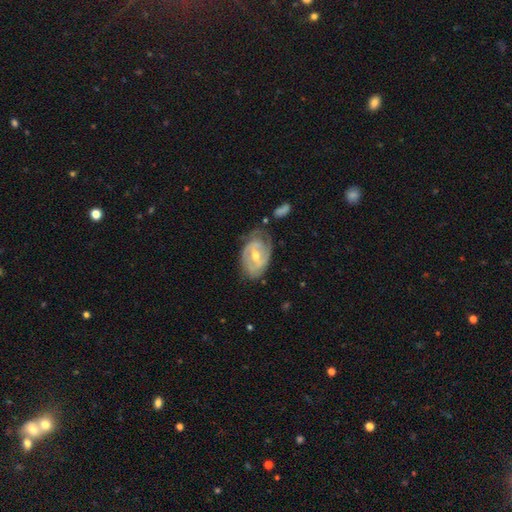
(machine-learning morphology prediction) Smooth or featured?
  - featured or disk: 81% *
  - smooth: 13%
  - star or artifact: 6%
Edge-on disk?
  - no: 96% *
  - yes: 4%
Bar?
  - weak: 49% *
  - strong: 25%
  - no: 25%
Spiral arms?
  - yes: 87% *
  - no: 13%
Spiral winding?
  - tight: 55% *
  - medium: 35%
  - loose: 11%
Spiral arm count?
  - 2: 61% *
  - can't tell: 21%
  - 3: 7%
  - 1: 6%
  - 4: 2%
  - more than 4: 2%
Bulge size?
  - moderate: 61% *
  - small: 35%
  - large: 2%
  - none: 1%
  - dominant: 1%
Merging?
  - none: 59% *
  - minor disturbance: 26%
  - major disturbance: 11%
  - merger: 4%